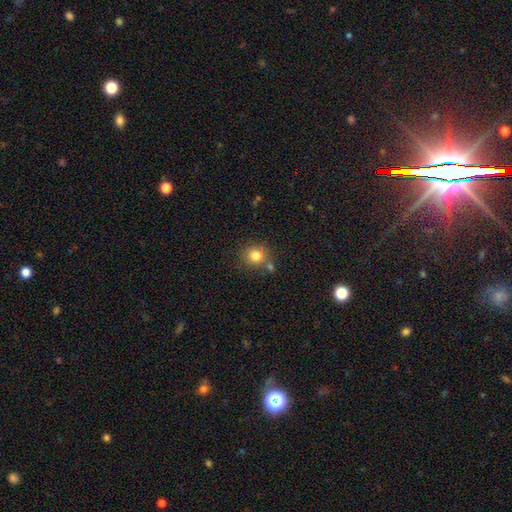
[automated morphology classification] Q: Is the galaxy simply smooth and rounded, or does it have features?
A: smooth — 81%.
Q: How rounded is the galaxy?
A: round — 88%.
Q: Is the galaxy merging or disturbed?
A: none — 69%.